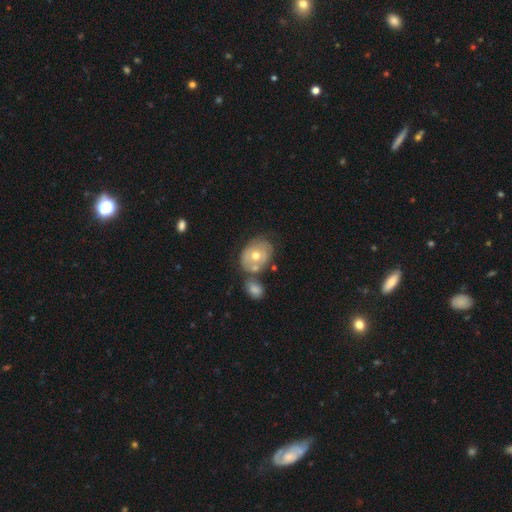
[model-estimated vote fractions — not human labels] Smooth or featured? Predicted: featured or disk (p=0.54). Edge-on disk? Predicted: no (p=0.95). Bar? Predicted: no (p=0.85). Spiral arms? Predicted: no (p=0.53). Bulge size? Predicted: moderate (p=0.75). Merging? Predicted: none (p=0.40).